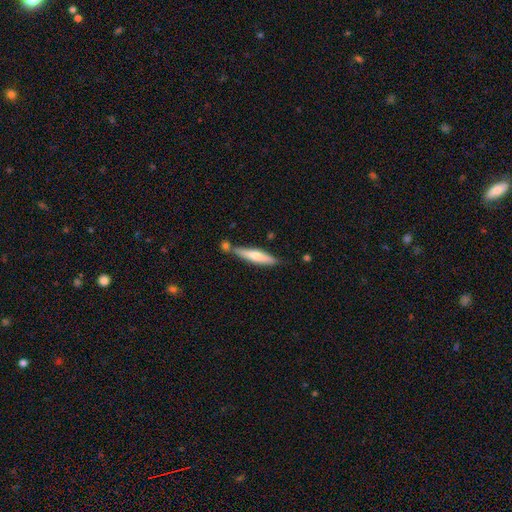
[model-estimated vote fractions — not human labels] A smooth galaxy with no disk features (59%) that is cigar-shaped (84%). Merging: none (68%).